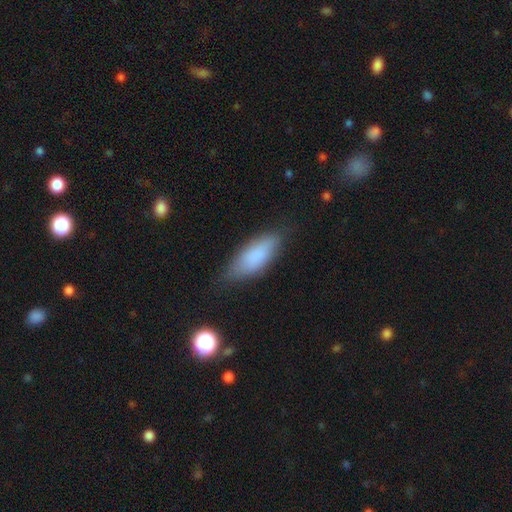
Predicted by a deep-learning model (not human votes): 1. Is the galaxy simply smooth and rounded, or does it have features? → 80% smooth, 13% featured or disk, 7% star or artifact.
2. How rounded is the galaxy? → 69% in between, 29% cigar-shaped, 2% round.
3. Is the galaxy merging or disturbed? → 70% none, 22% minor disturbance, 6% major disturbance, 2% merger.